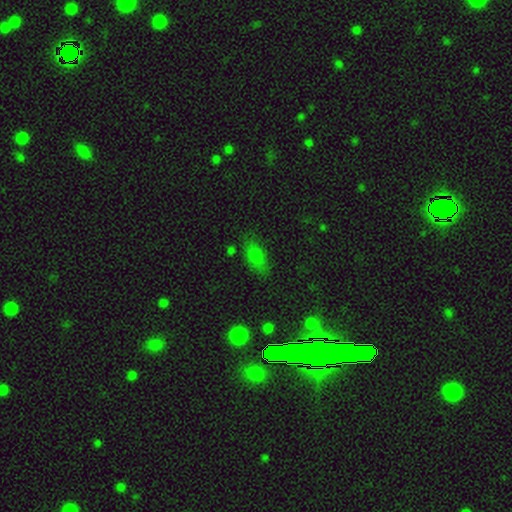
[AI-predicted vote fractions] Overall: smooth (75%). How rounded: in between (86%). Merging: none (75%).